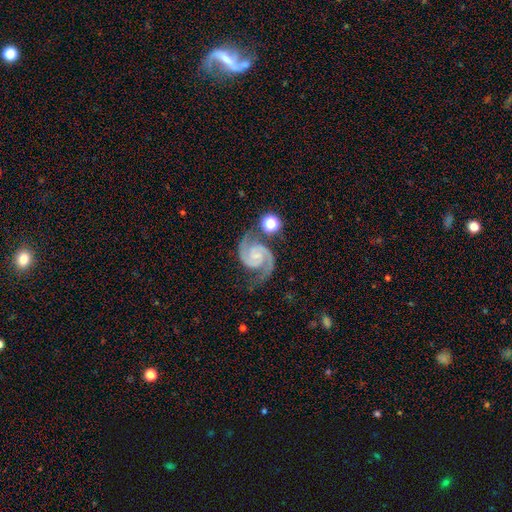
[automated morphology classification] Smooth or featured? Predicted: featured or disk (p=0.92). Edge-on disk? Predicted: no (p=0.98). Bar? Predicted: no (p=0.57). Spiral arms? Predicted: yes (p=0.99). Spiral winding? Predicted: medium (p=0.57). Spiral arm count? Predicted: 2 (p=0.94). Bulge size? Predicted: small (p=0.55). Merging? Predicted: none (p=0.71).